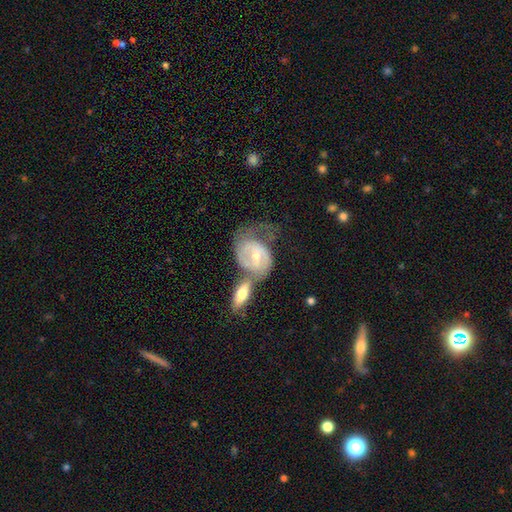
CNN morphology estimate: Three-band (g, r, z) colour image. It shows a featured or disk galaxy (73%) with a weak bar (45%), 2 (64%) medium (42%) spiral arms (84%) and a small central bulge (48%, tied with moderate). Merging: merger (46%).